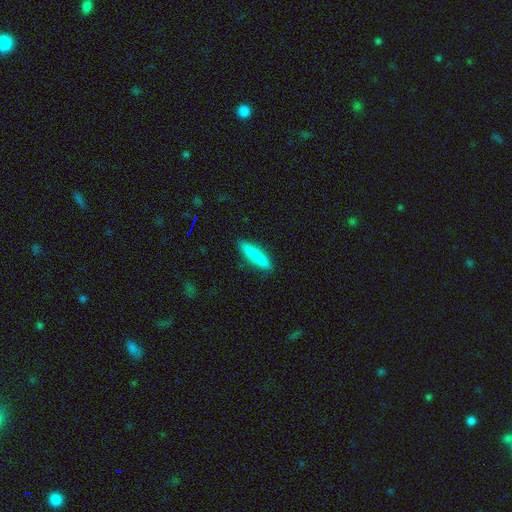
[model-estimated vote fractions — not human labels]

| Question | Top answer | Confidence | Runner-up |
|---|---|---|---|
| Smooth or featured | smooth | 82% | featured or disk (12%) |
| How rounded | cigar-shaped | 88% | in between (11%) |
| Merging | none | 89% | minor disturbance (8%) |